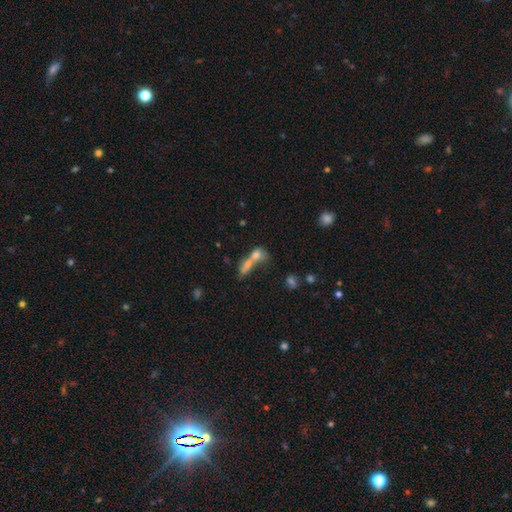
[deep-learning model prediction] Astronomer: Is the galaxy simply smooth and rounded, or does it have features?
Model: smooth — 64%.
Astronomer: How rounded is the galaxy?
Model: in between — 52%.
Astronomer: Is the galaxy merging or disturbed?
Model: merger — 64%.